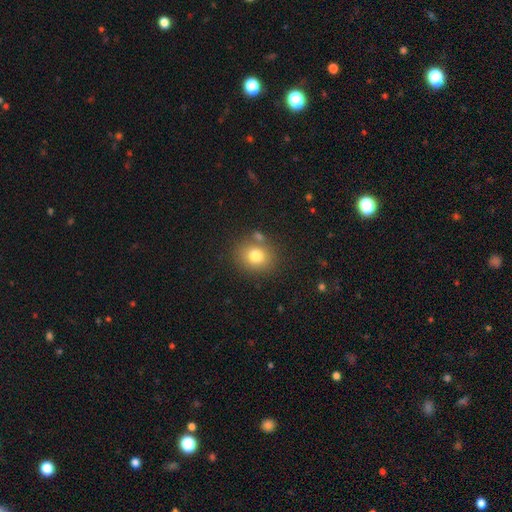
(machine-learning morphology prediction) This is likely a smooth galaxy (78%). How rounded: likely round (65%). Merging: likely none (75%).